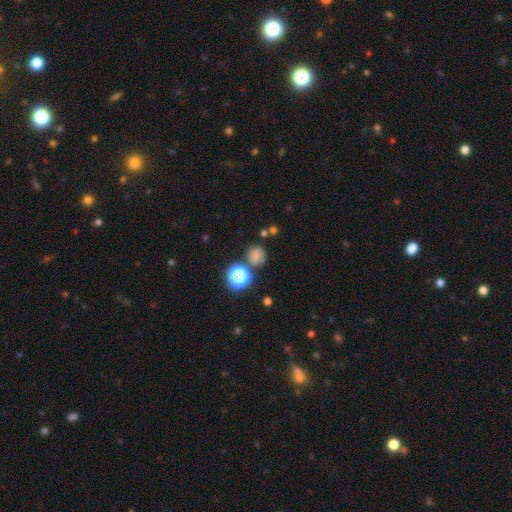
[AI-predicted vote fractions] Smooth or featured? smooth (73%)
How rounded? round (85%)
Merging? none (71%)